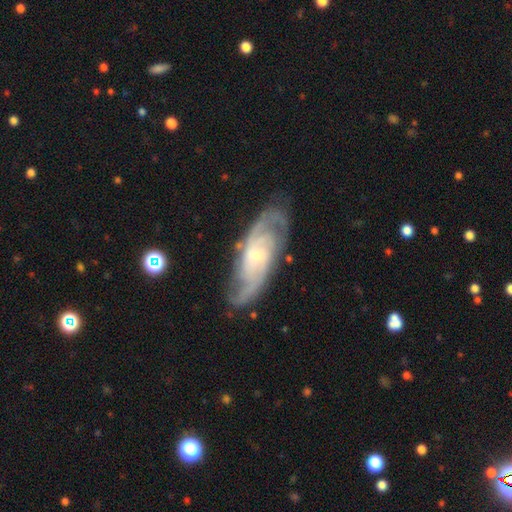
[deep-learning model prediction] Smooth or featured: featured or disk — 86% (smooth — 8%)
Edge-on disk: no — 92% (yes — 8%)
Bar: no — 55% (weak — 36%)
Spiral arms: yes — 96% (no — 4%)
Spiral winding: medium — 45% (tight — 44%)
Spiral arm count: 2 — 58% (can't tell — 18%)
Bulge size: small — 68% (moderate — 26%)
Merging: none — 76% (minor disturbance — 16%)